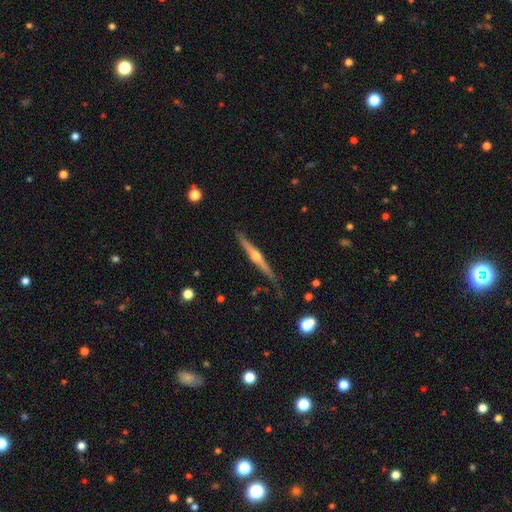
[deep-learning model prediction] Morphology: type=featured or disk (79%); edge-on=yes (98%); edge-on bulge=rounded (91%); merging=none (85%).